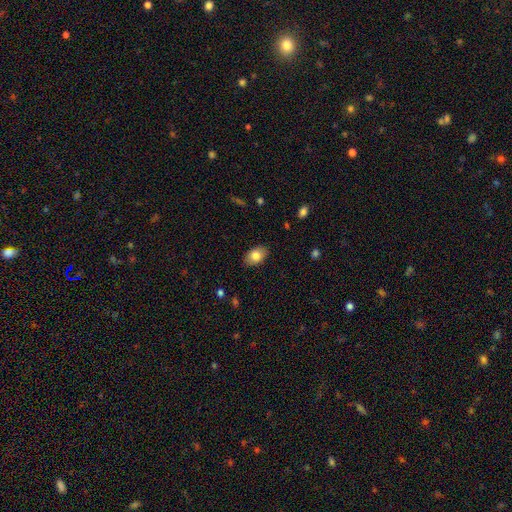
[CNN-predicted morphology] A smooth galaxy with no disk features (82%) that is in between round and cigar-shaped (88%).

Vote fractions:
- Smooth or featured? smooth: 82% / featured or disk: 11% / star or artifact: 7%
- How rounded? in between: 88% / round: 10% / cigar-shaped: 1%
- Merging? none: 85% / minor disturbance: 11% / major disturbance: 2% / merger: 1%